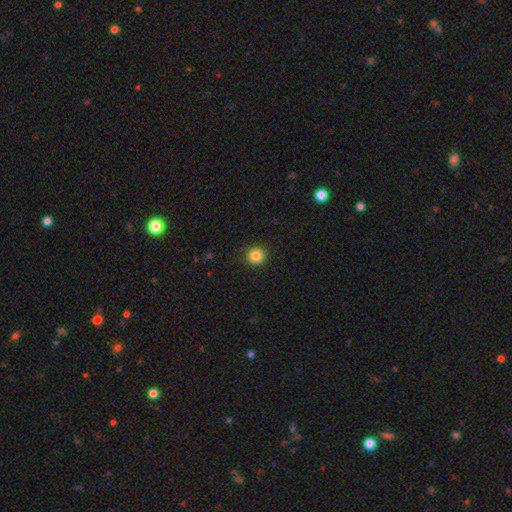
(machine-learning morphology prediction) Smooth or featured? Predicted: smooth (p=0.85). How rounded? Predicted: round (p=0.93). Merging? Predicted: none (p=0.92).